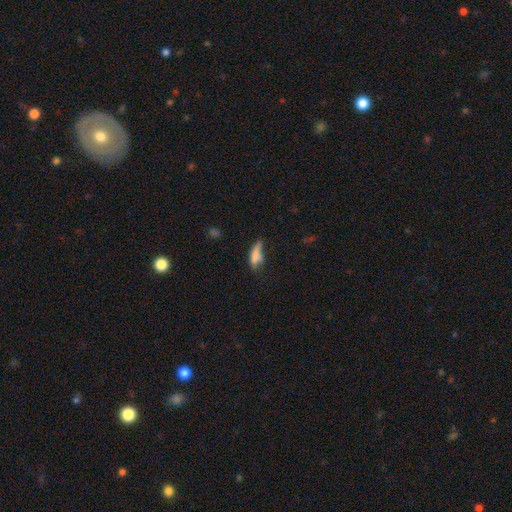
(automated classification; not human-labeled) This is likely a smooth galaxy (70%). How rounded: possibly in between (57%). Merging: marginally none (34%).